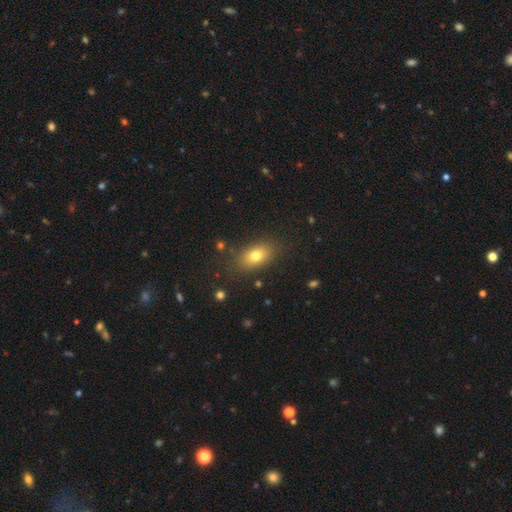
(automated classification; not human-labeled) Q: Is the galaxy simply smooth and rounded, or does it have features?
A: smooth — 76%.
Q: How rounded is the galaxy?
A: in between — 83%.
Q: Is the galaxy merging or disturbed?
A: none — 83%.